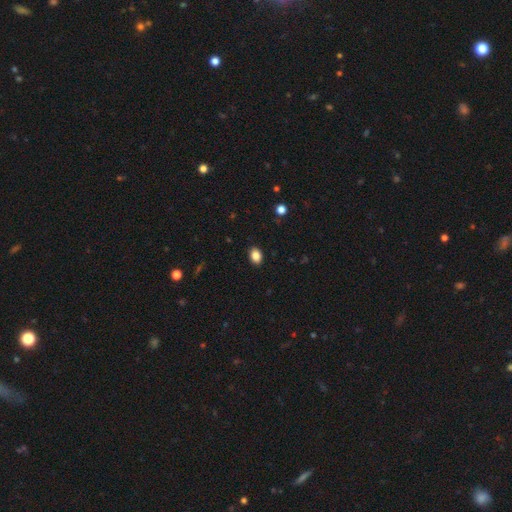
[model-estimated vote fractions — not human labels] smooth-or-featured: smooth: 87% | star or artifact: 9% | featured or disk: 4%
  how-rounded: in between: 74% | round: 25% | cigar-shaped: 1%
  merging: none: 90% | minor disturbance: 8% | major disturbance: 2% | merger: 1%